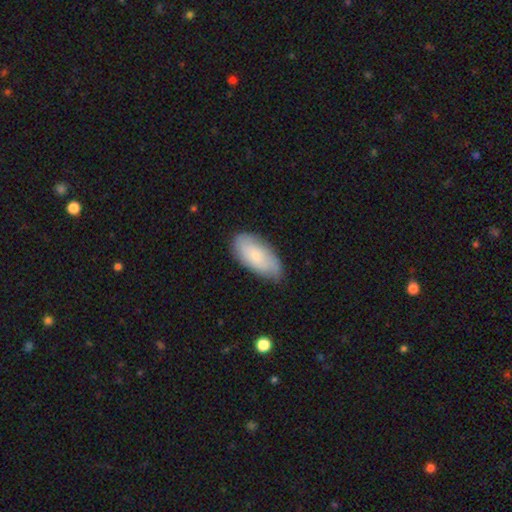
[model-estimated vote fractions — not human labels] smooth-or-featured: smooth: 66% | featured or disk: 28% | star or artifact: 6%
  how-rounded: in between: 92% | cigar-shaped: 5% | round: 2%
  merging: none: 70% | minor disturbance: 24% | major disturbance: 4% | merger: 1%